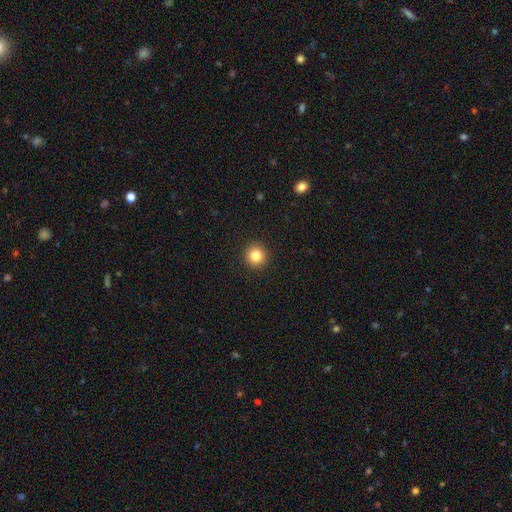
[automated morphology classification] This appears to be a smooth galaxy with no disk features (83%) that is round (95%). Merging: none (93%).